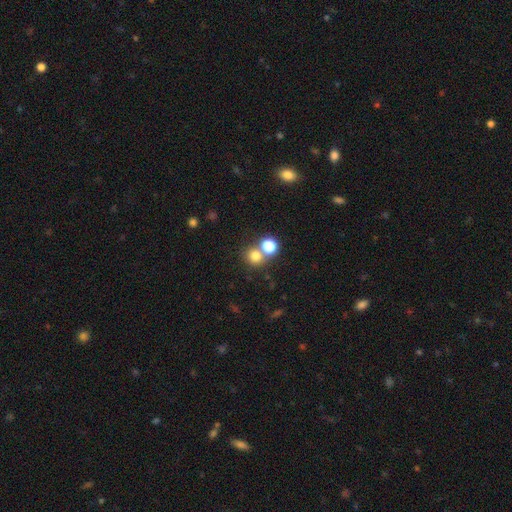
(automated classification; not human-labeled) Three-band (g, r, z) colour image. It shows a smooth galaxy with no disk features (75%) that is round (84%). Merging: none (57%).